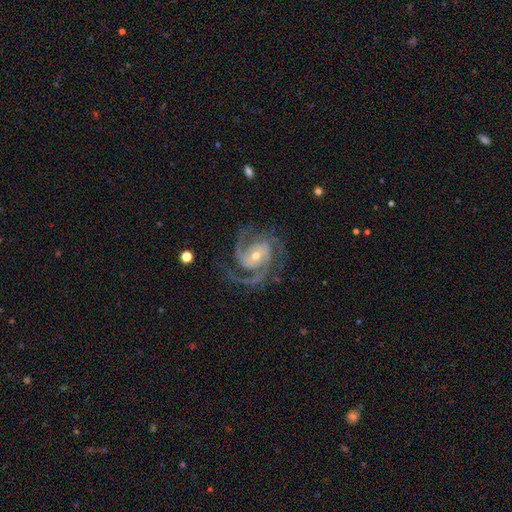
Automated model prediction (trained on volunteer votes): Smooth or featured?
  - featured or disk: 93% *
  - star or artifact: 4%
  - smooth: 3%
Edge-on disk?
  - no: 98% *
  - yes: 2%
Bar?
  - no: 50% *
  - weak: 35%
  - strong: 15%
Spiral arms?
  - yes: 99% *
  - no: 1%
Spiral winding?
  - medium: 48% *
  - tight: 45%
  - loose: 7%
Spiral arm count?
  - 3: 51% *
  - 2: 26%
  - 4: 8%
  - can't tell: 6%
  - 1: 4%
  - more than 4: 4%
Bulge size?
  - moderate: 50% *
  - small: 46%
  - large: 2%
  - none: 1%
  - dominant: 1%
Merging?
  - none: 74% *
  - minor disturbance: 15%
  - major disturbance: 9%
  - merger: 1%